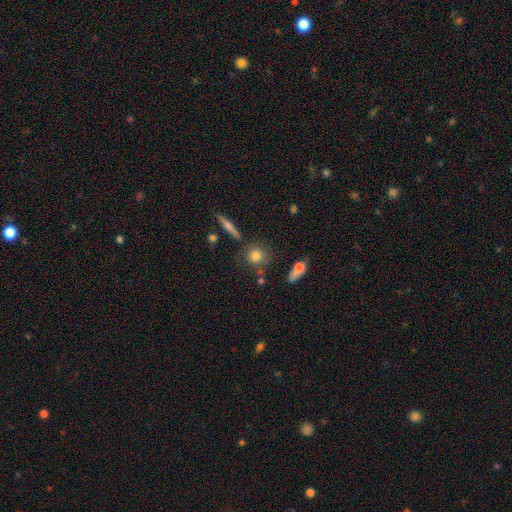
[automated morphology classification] This appears to be a smooth galaxy with no disk features (77%) that is round (81%). Merging: none (70%).